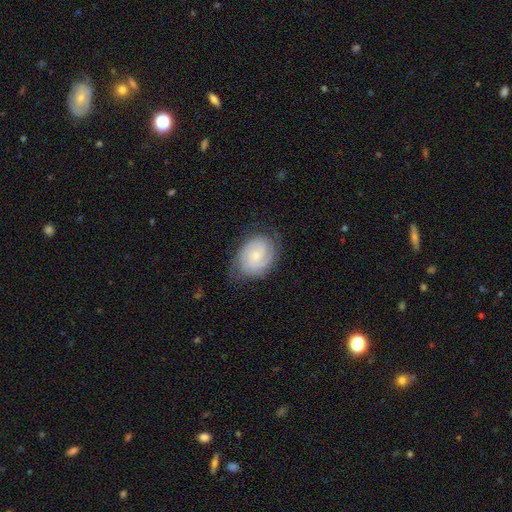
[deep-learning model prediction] Smooth or featured? Predicted: featured or disk (p=0.75). Edge-on disk? Predicted: no (p=0.97). Bar? Predicted: no (p=0.69). Spiral arms? Predicted: yes (p=0.94). Spiral winding? Predicted: tight (p=0.70). Spiral arm count? Predicted: 2 (p=0.55). Bulge size? Predicted: small (p=0.70). Merging? Predicted: none (p=0.73).